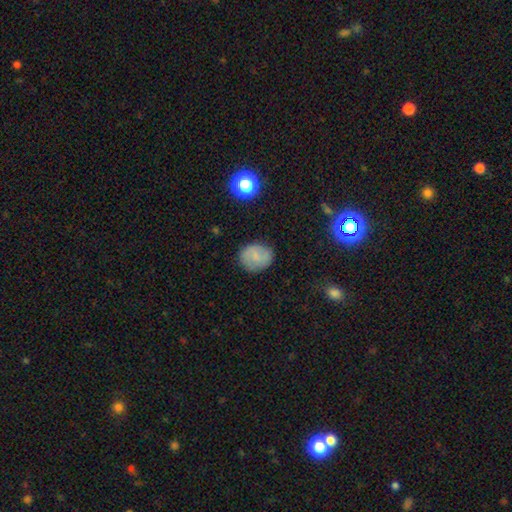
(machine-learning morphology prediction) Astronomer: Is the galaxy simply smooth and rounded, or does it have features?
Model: smooth — 67%.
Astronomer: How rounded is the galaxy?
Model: round — 65%.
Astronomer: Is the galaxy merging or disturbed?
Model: none — 83%.